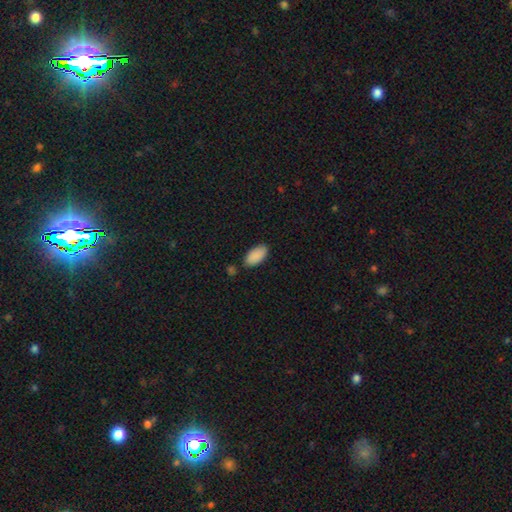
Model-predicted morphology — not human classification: smooth 90%, star or artifact 7%, featured or disk 4%. Down the decision tree: how rounded — in between (94%); merging — none (79%).